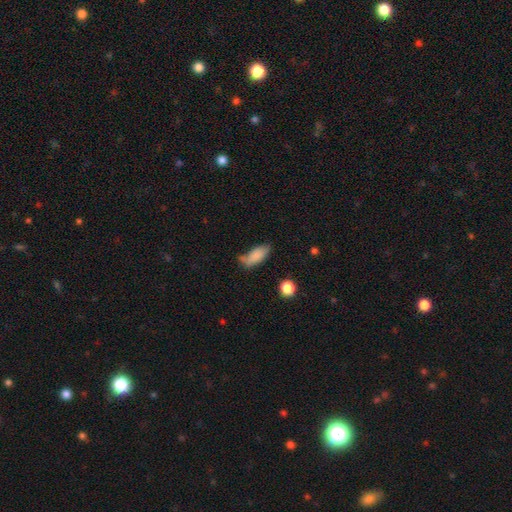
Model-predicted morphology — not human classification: Q: Smooth or featured?
A: smooth (82%); runner-up: featured or disk (10%)
Q: How rounded?
A: in between (83%); runner-up: cigar-shaped (15%)
Q: Merging?
A: none (48%); runner-up: minor disturbance (33%)